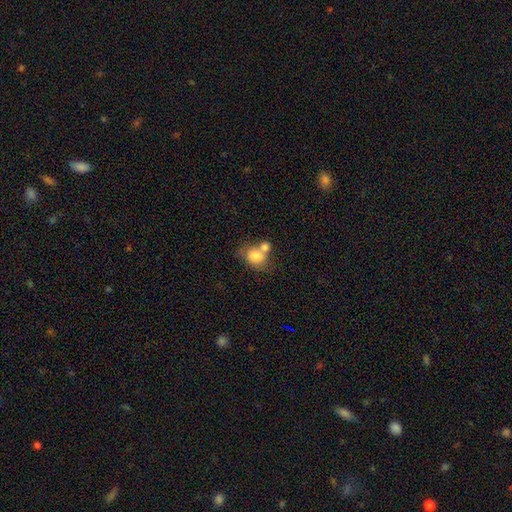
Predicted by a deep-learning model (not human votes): Overall: smooth (78%). How rounded: round (55%; in between 44%). Merging: merger (51%; none 31%).